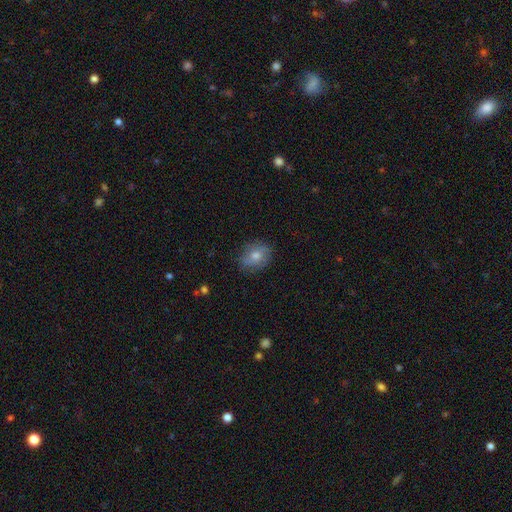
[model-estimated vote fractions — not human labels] This appears to be a smooth galaxy with no disk features (55%) that is in between round and cigar-shaped (50%). Merging: none (80%).